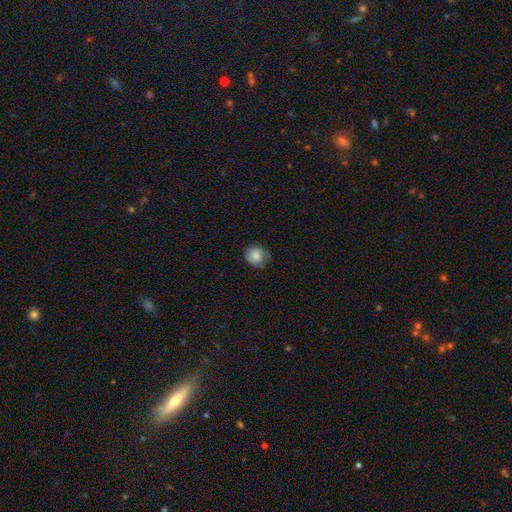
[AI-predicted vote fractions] Morphology: type=smooth (83%); roundness=round (80%); merging=none (67%).